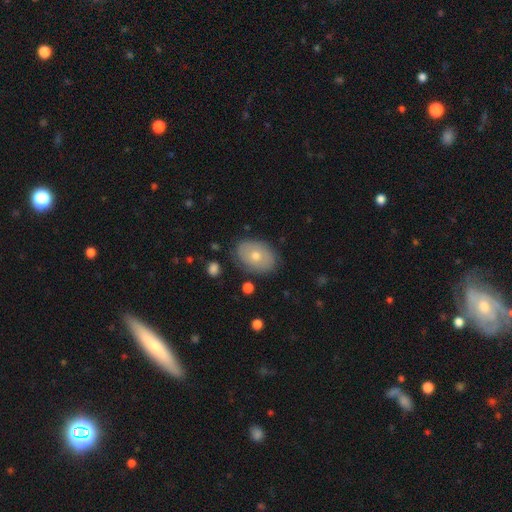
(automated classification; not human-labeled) Overall: smooth (57%; featured or disk 34%). How rounded: in between (79%). Merging: none (84%).